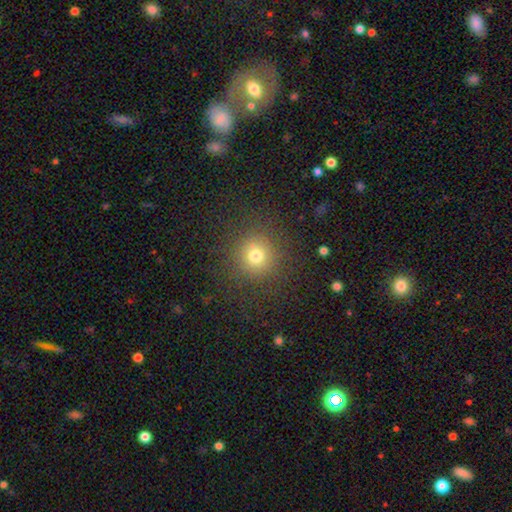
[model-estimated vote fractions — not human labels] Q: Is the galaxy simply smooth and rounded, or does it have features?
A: smooth — 71%.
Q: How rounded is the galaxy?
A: round — 92%.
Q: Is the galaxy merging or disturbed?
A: none — 86%.